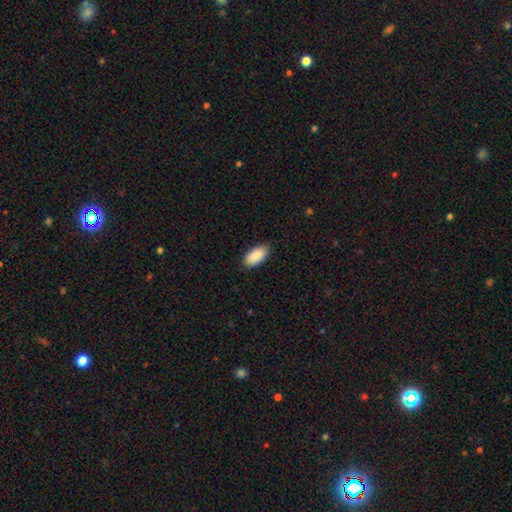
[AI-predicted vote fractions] smooth-or-featured: smooth: 91% | star or artifact: 6% | featured or disk: 3%
  how-rounded: in between: 94% | cigar-shaped: 4% | round: 2%
  merging: none: 87% | minor disturbance: 10% | major disturbance: 2% | merger: 1%